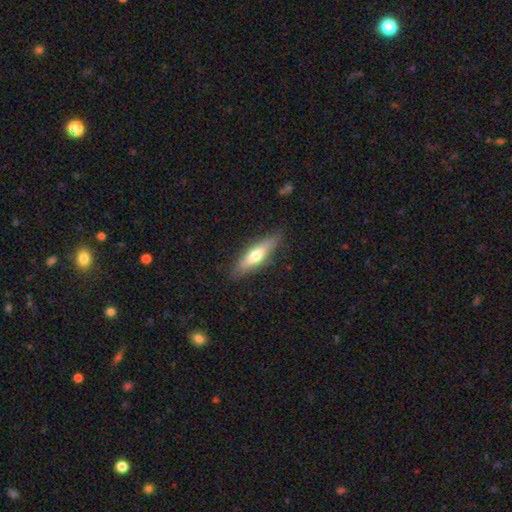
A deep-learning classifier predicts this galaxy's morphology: smooth_or_featured: smooth (p=0.55) [alt: featured or disk p=0.39]
how_rounded: cigar-shaped (p=0.64) [alt: in between p=0.35]
merging: none (p=0.83) [alt: minor disturbance p=0.13]